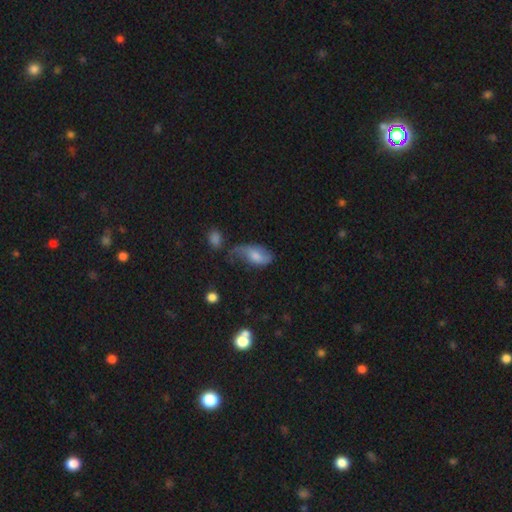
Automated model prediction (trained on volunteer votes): Q: Smooth or featured?
A: smooth (54%); runner-up: featured or disk (38%)
Q: How rounded?
A: in between (90%); runner-up: cigar-shaped (5%)
Q: Merging?
A: none (33%); runner-up: minor disturbance (32%)